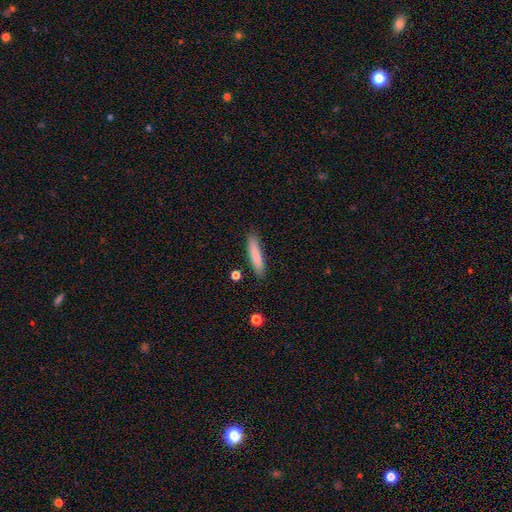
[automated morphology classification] type=smooth (82%); roundness=cigar-shaped (87%); merging=none (86%).